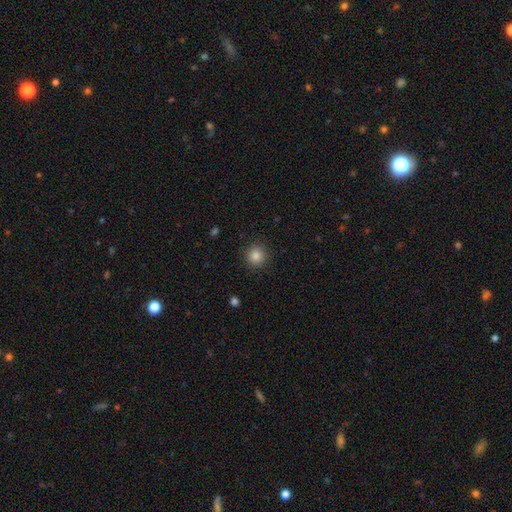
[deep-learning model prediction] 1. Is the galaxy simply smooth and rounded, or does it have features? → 85% smooth, 11% star or artifact, 4% featured or disk.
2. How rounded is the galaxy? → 94% round, 5% in between, 1% cigar-shaped.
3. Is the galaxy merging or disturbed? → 91% none, 5% minor disturbance, 2% major disturbance, 1% merger.